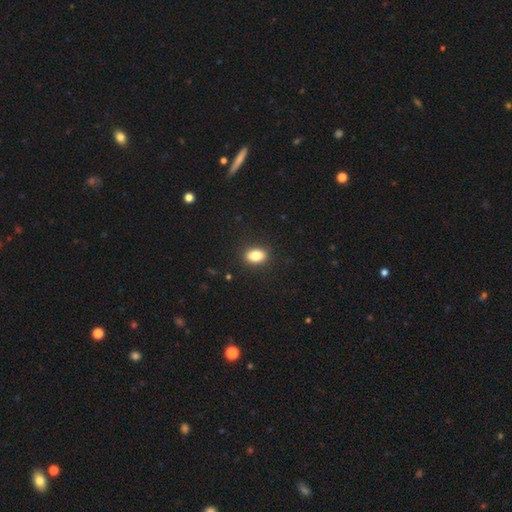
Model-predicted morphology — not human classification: Overall: smooth (83%). How rounded: in between (79%). Merging: none (89%).